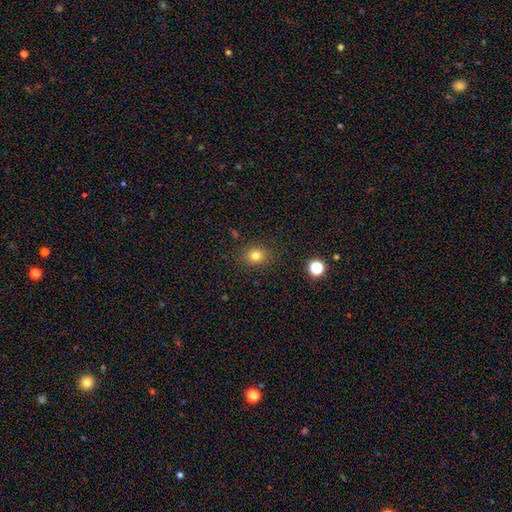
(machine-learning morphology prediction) A smooth galaxy with no disk features (79%) that is round (64%). Merging: none (88%).